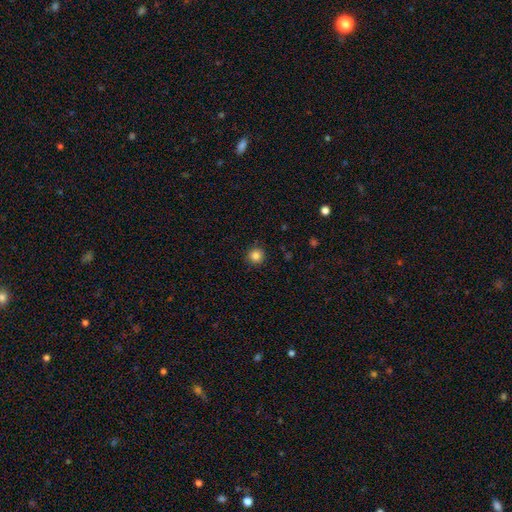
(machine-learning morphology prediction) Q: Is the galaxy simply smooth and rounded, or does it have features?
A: smooth — 85%.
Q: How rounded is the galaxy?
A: round — 95%.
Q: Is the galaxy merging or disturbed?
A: none — 91%.